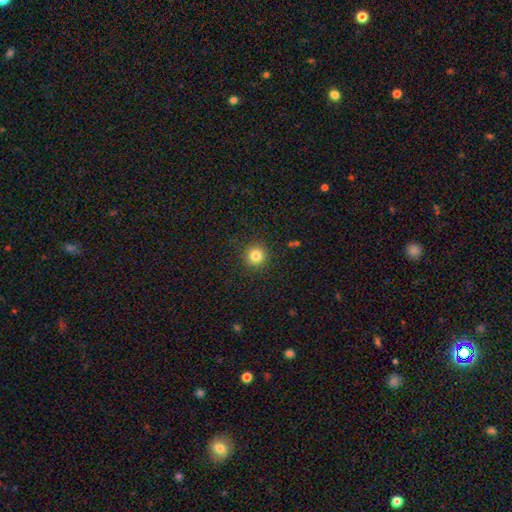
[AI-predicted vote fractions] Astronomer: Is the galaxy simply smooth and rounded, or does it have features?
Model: smooth — 82%.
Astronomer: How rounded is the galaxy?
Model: round — 94%.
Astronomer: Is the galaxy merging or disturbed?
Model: none — 91%.